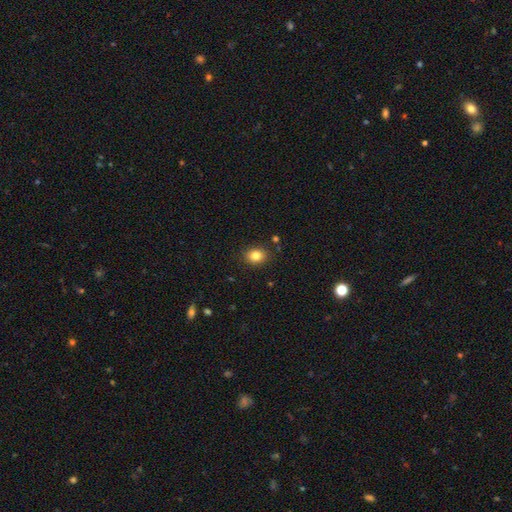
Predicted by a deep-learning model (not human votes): Smooth or featured?
  - smooth: 83% *
  - star or artifact: 11%
  - featured or disk: 6%
How rounded?
  - round: 58% *
  - in between: 41%
  - cigar-shaped: 1%
Merging?
  - none: 88% *
  - minor disturbance: 8%
  - major disturbance: 2%
  - merger: 2%